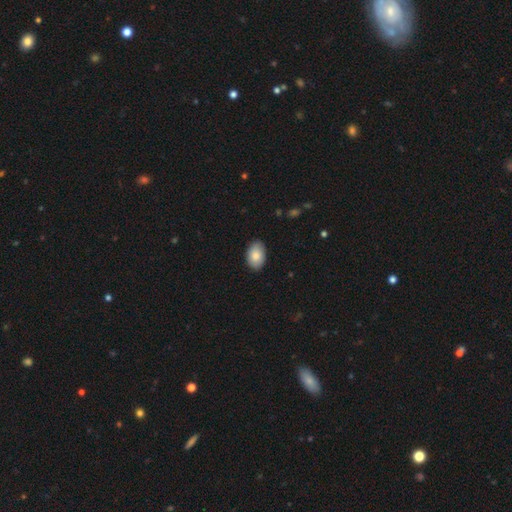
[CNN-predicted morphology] smooth 86%, featured or disk 8%, star or artifact 6%. Down the decision tree: how rounded — in between (90%); merging — none (86%).